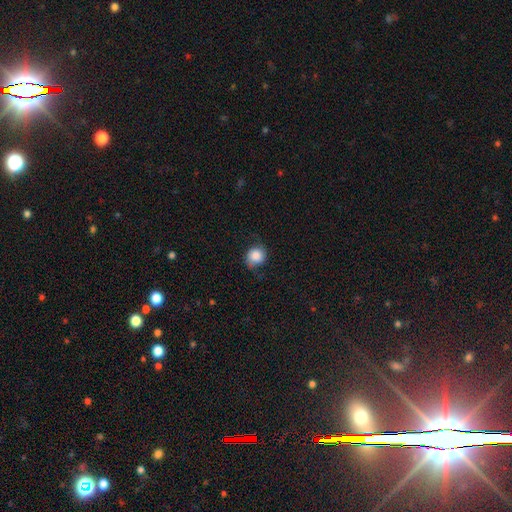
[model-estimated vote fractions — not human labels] Q: Smooth or featured?
A: smooth (77%); runner-up: featured or disk (14%)
Q: How rounded?
A: round (78%); runner-up: in between (21%)
Q: Merging?
A: none (68%); runner-up: minor disturbance (23%)